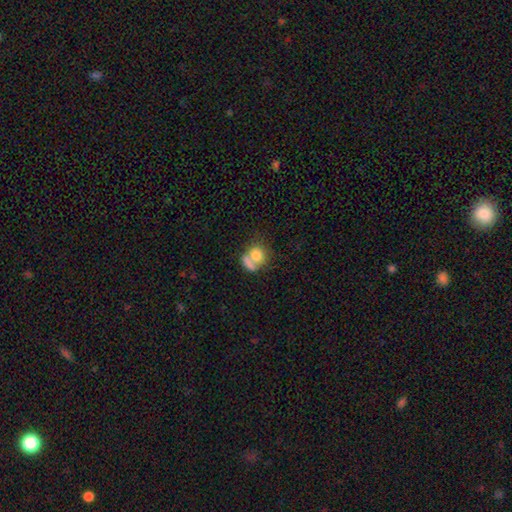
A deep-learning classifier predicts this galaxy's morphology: A smooth galaxy with no disk features (76%) that is round (68%).

Vote fractions:
- Smooth or featured? smooth: 76% / featured or disk: 16% / star or artifact: 9%
- How rounded? round: 68% / in between: 30% / cigar-shaped: 2%
- Merging? merger: 45% / none: 35% / minor disturbance: 11% / major disturbance: 9%